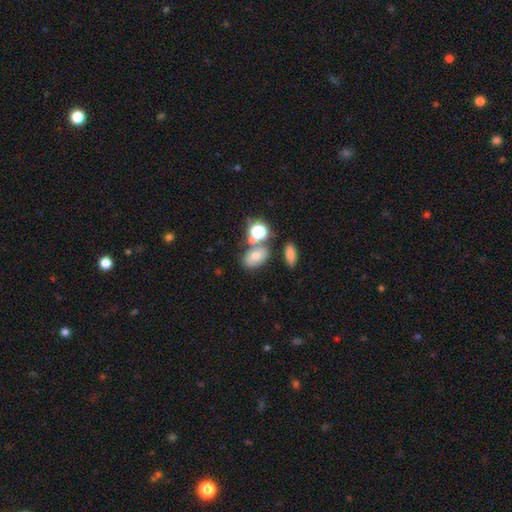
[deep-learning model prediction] Smooth or featured?
  - smooth: 65% *
  - featured or disk: 18%
  - star or artifact: 17%
How rounded?
  - in between: 75% *
  - round: 24%
  - cigar-shaped: 2%
Merging?
  - none: 59% *
  - merger: 22%
  - minor disturbance: 13%
  - major disturbance: 5%